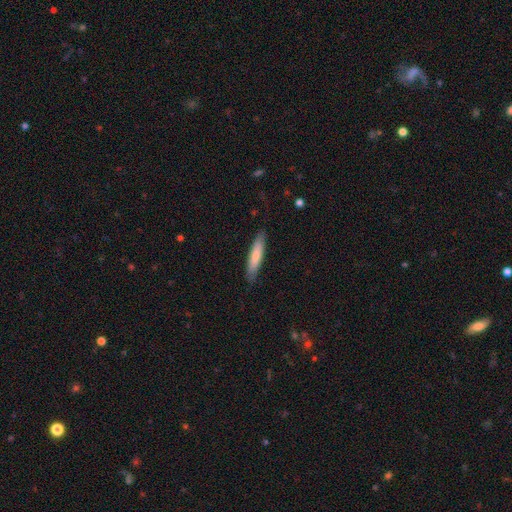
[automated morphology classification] Overall: smooth (76%). How rounded: cigar-shaped (85%). Merging: none (86%).